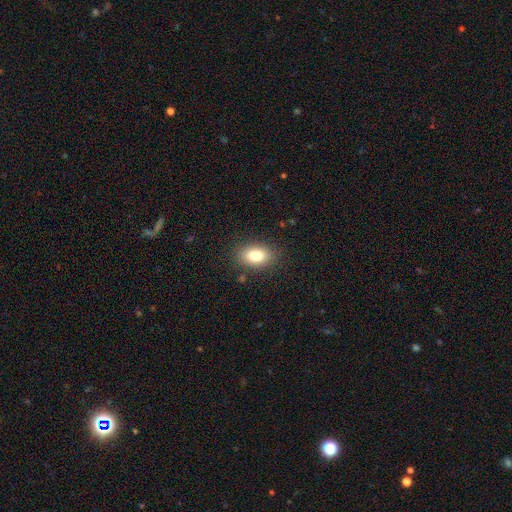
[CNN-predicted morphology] smooth-or-featured: smooth: 81% | featured or disk: 10% | star or artifact: 9%
  how-rounded: in between: 86% | round: 12% | cigar-shaped: 2%
  merging: none: 86% | minor disturbance: 10% | major disturbance: 3% | merger: 1%